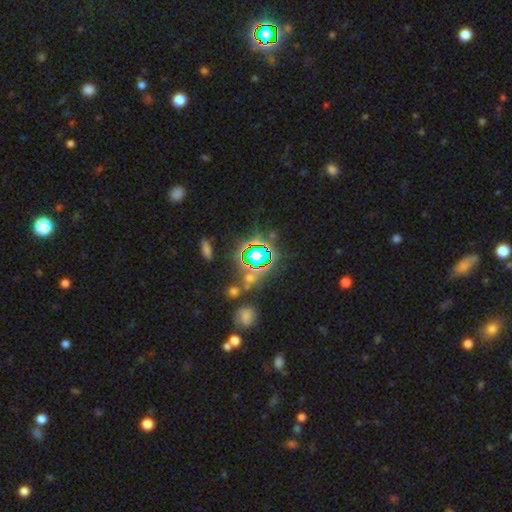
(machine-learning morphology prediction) type=star or artifact (70%).